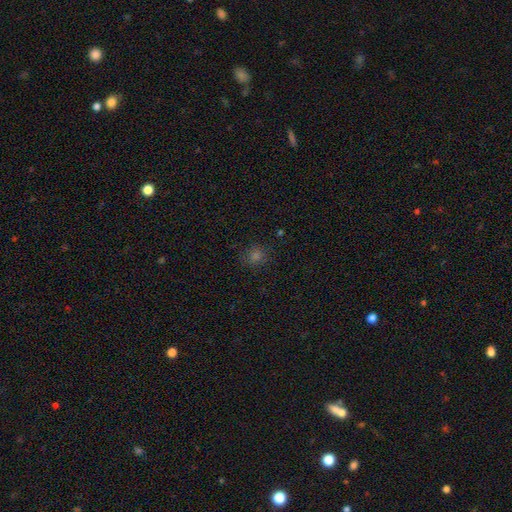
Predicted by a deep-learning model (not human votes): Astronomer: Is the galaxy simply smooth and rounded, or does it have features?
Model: smooth — 66%.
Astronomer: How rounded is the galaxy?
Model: round — 84%.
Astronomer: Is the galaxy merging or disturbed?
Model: none — 86%.